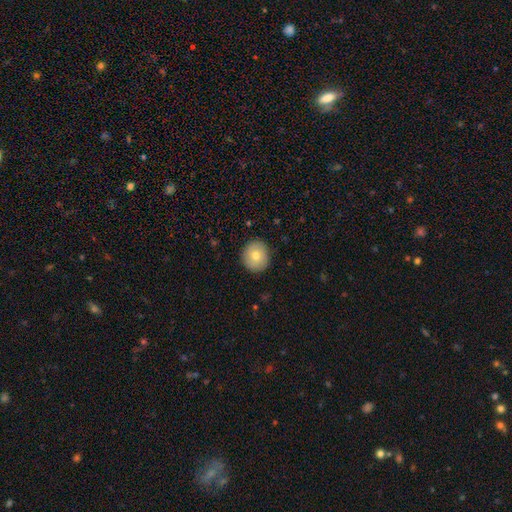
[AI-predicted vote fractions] Smooth or featured? smooth (75%)
How rounded? round (85%)
Merging? none (90%)